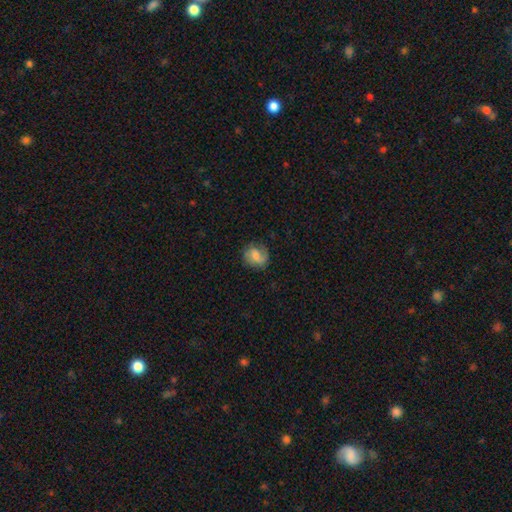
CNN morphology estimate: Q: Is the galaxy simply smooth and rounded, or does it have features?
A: smooth — 49%.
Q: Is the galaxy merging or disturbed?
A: none — 72%.